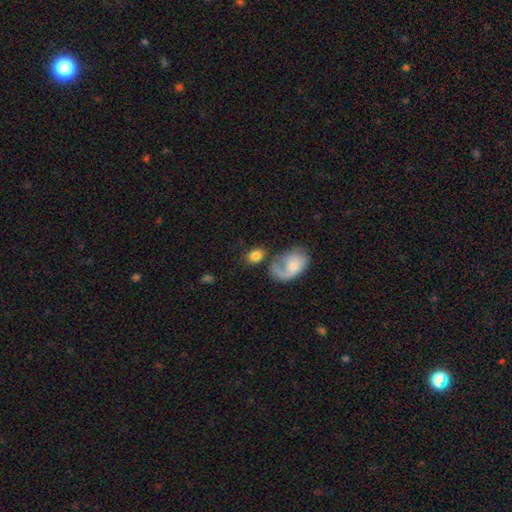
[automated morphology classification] Smooth or featured? smooth (74%)
How rounded? in between (63%)
Merging? none (50%)